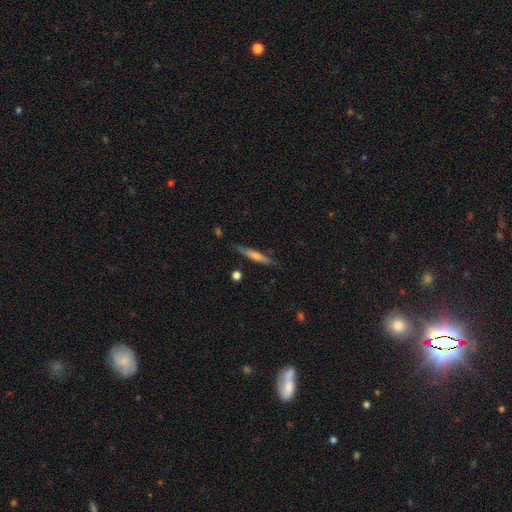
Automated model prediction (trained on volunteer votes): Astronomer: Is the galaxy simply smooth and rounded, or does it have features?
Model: featured or disk — 58% (runner-up: smooth, 34%).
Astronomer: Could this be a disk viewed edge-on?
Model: yes — 96%.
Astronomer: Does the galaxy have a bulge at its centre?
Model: rounded — 59%.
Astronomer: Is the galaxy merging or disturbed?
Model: none — 86%.